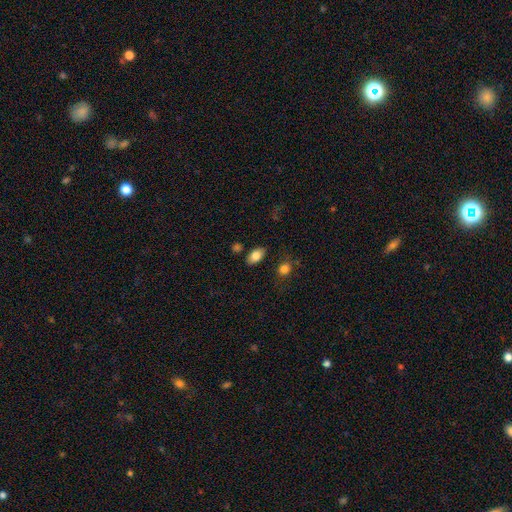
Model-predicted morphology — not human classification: smooth-or-featured: smooth: 84% | featured or disk: 9% | star or artifact: 8%
  how-rounded: in between: 92% | round: 6% | cigar-shaped: 2%
  merging: none: 82% | minor disturbance: 11% | merger: 4% | major disturbance: 3%